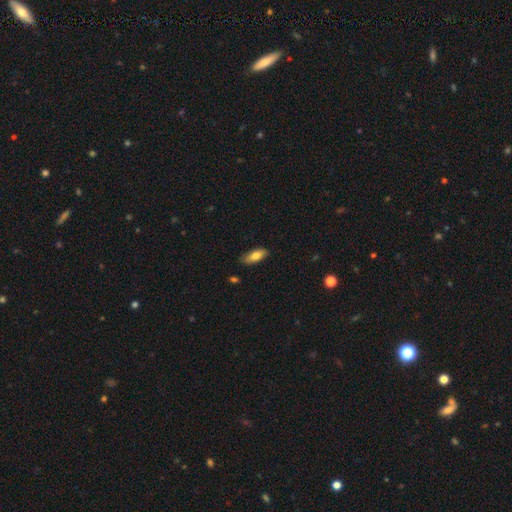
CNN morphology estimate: smooth-or-featured: smooth: 78% | featured or disk: 15% | star or artifact: 6%
  how-rounded: in between: 77% | cigar-shaped: 20% | round: 2%
  merging: none: 83% | minor disturbance: 14% | major disturbance: 2% | merger: 1%